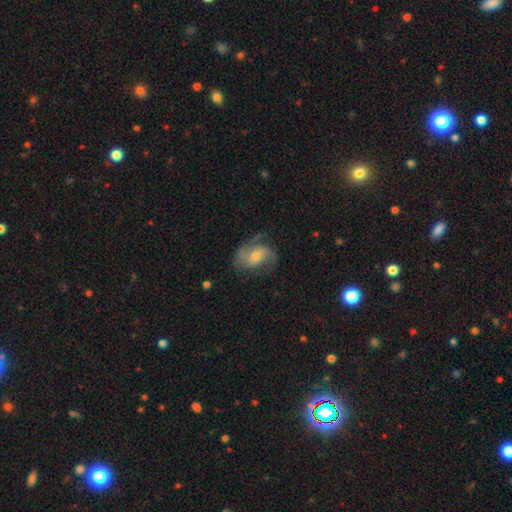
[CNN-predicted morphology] featured or disk 75%, smooth 18%, star or artifact 7%. Down the decision tree: edge-on disk — no (97%); bar — no (54%); spiral arms — yes (93%); spiral arm count — 2 (73%); spiral winding — medium (50%); bulge size — small (45%); merging — none (61%).